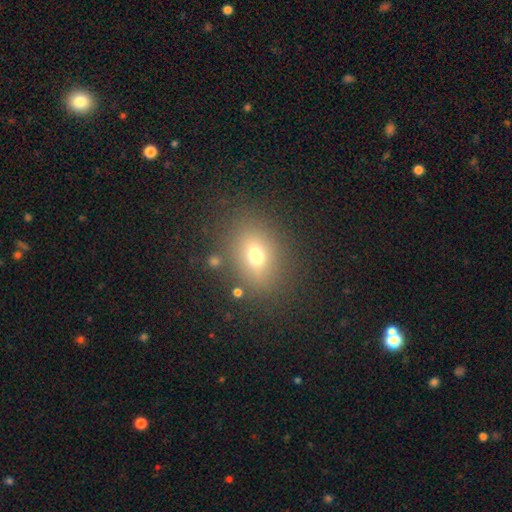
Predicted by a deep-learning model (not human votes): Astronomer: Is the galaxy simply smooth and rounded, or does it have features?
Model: smooth — 68%.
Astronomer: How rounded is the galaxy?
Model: in between — 66%.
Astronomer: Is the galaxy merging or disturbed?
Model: none — 81%.